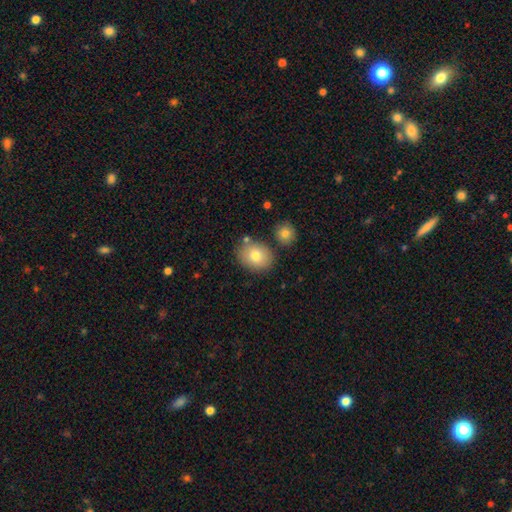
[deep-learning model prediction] Overall: smooth (78%). How rounded: in between (51%; round 48%). Merging: none (75%).